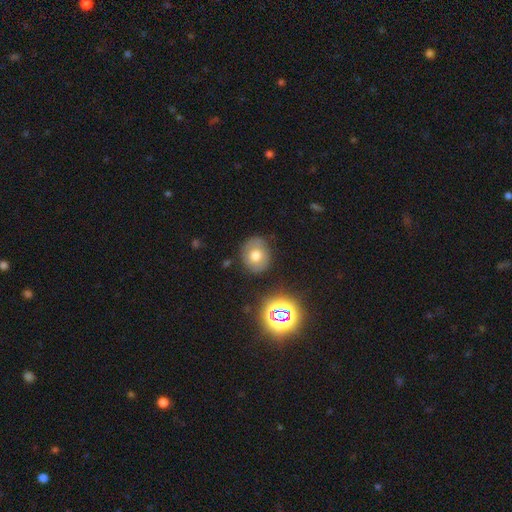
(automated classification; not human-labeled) A smooth galaxy with no disk features (68%) that is round (68%).

Vote fractions:
- Smooth or featured? smooth: 68% / featured or disk: 17% / star or artifact: 15%
- How rounded? round: 68% / in between: 31% / cigar-shaped: 1%
- Merging? none: 78% / minor disturbance: 15% / major disturbance: 4% / merger: 2%